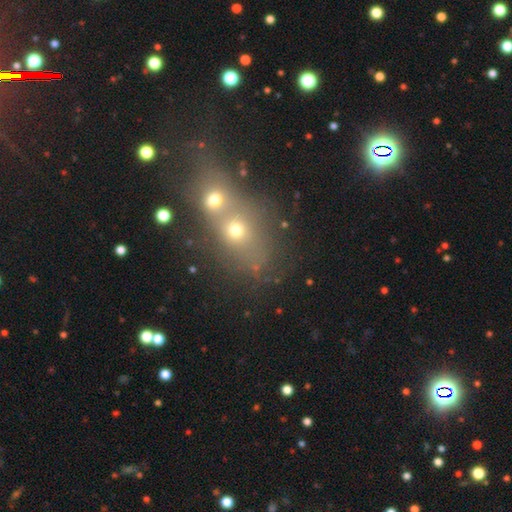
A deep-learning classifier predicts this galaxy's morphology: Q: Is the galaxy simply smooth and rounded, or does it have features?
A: smooth — 50%.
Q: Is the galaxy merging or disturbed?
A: merger — 66%.